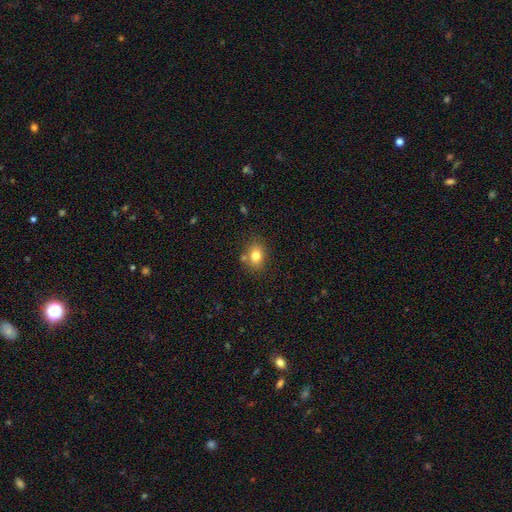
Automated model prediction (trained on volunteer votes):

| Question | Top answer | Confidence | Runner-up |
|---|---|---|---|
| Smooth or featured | smooth | 79% | star or artifact (11%) |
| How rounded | in between | 56% | round (43%) |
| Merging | none | 72% | minor disturbance (14%) |